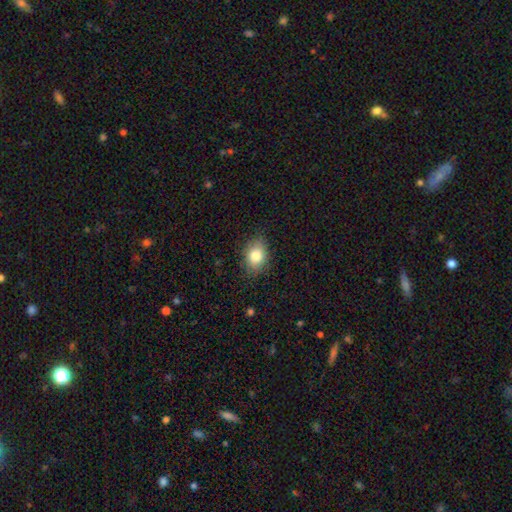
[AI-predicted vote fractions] Morphology: type=smooth (81%); roundness=in between (67%); merging=none (81%).